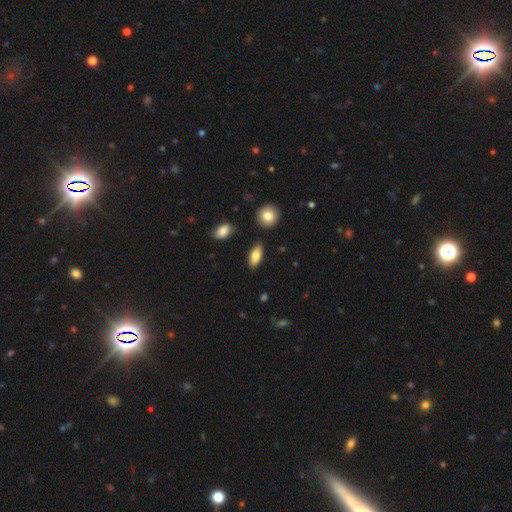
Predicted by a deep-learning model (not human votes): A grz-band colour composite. It shows a smooth galaxy with no disk features (79%) that is in between round and cigar-shaped (86%). Merging: none (86%).